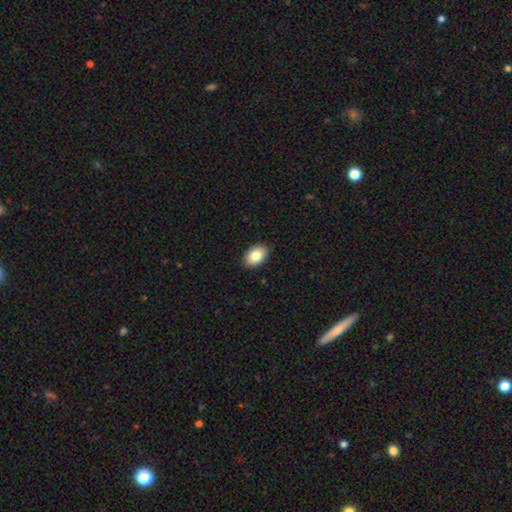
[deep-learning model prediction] smooth_or_featured: smooth (p=0.85) [alt: featured or disk p=0.08]
how_rounded: in between (p=0.90) [alt: round p=0.09]
merging: none (p=0.89) [alt: minor disturbance p=0.08]